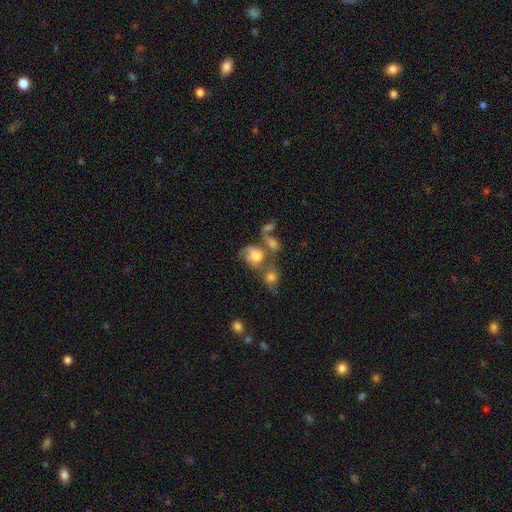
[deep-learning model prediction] smooth_or_featured: smooth (p=0.47) [alt: featured or disk p=0.41]
merging: merger (p=0.51) [alt: none p=0.19]